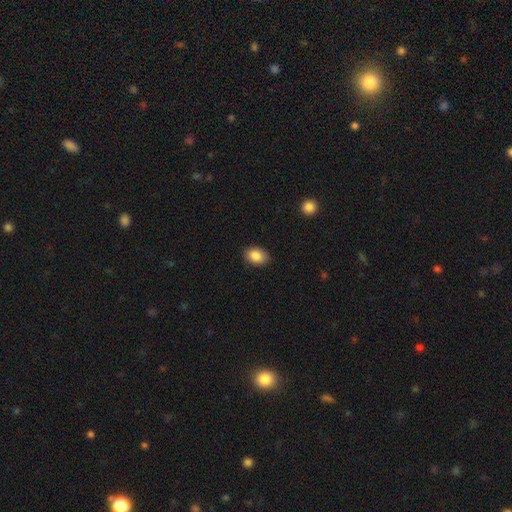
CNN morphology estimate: A smooth galaxy with no disk features (87%) that is in between round and cigar-shaped (79%). Merging: none (89%).